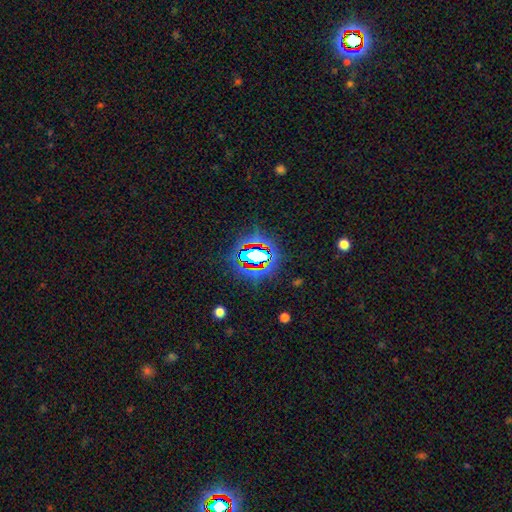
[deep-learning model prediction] The model was most divided on "smooth or featured": star or artifact: 64%, smooth: 22%, featured or disk: 14%.